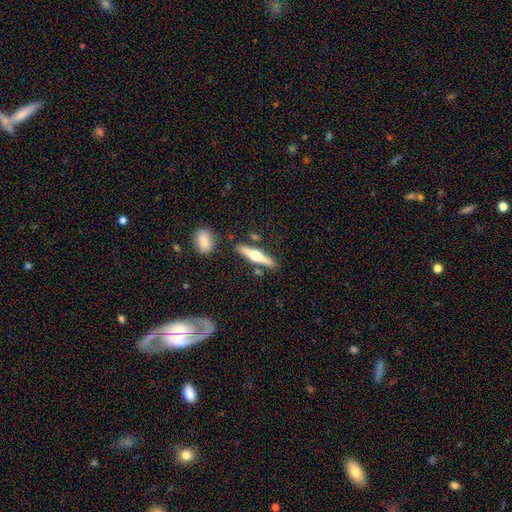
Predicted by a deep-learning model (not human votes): This appears to be a featured or disk galaxy (63%) viewed edge-on (96%) with a rounded central bulge (95%). Merging: none (82%).